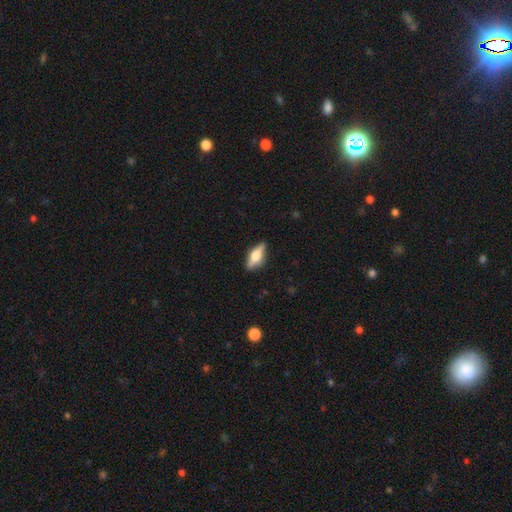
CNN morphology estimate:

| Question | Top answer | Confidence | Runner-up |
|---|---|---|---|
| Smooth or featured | featured or disk | 53% | smooth (40%) |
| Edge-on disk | yes | 93% | no (7%) |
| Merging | none | 85% | minor disturbance (11%) |